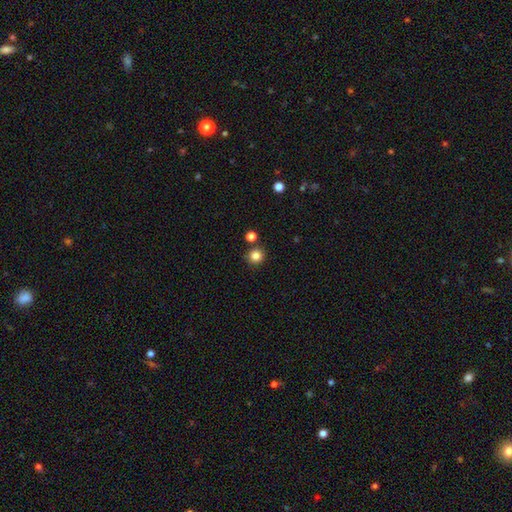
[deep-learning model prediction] This is clearly a smooth galaxy (83%). How rounded: clearly round (93%). Merging: clearly none (85%).